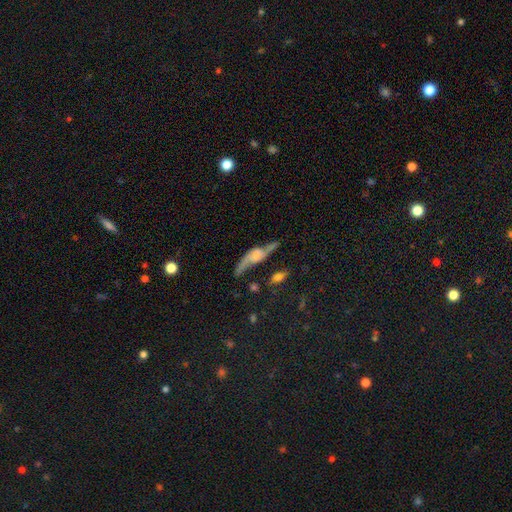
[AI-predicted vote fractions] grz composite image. It shows a featured or disk galaxy (68%). Merging: none (39%).